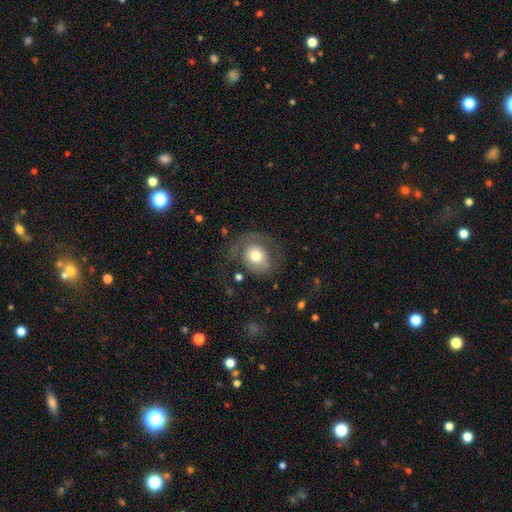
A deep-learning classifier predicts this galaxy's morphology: Overall: smooth (56%; featured or disk 36%). How rounded: round (71%). Merging: none (42%; major disturbance 35%).